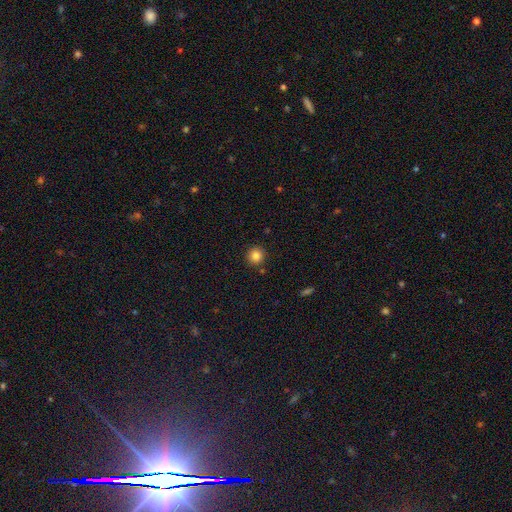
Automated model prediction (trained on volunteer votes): Overall: smooth (84%). How rounded: round (93%). Merging: none (89%).